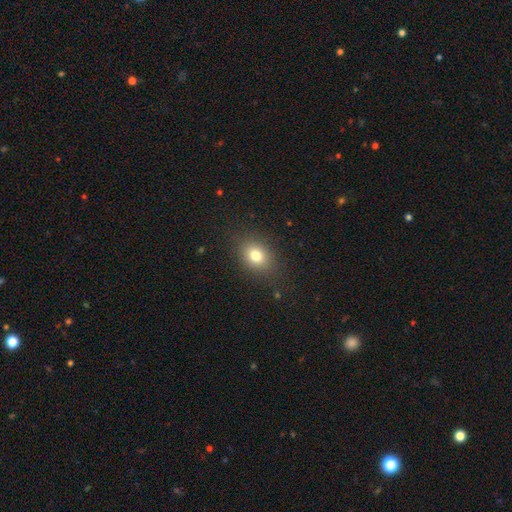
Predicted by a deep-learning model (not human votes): Overall: smooth (78%). How rounded: in between (57%; round 41%). Merging: none (85%).